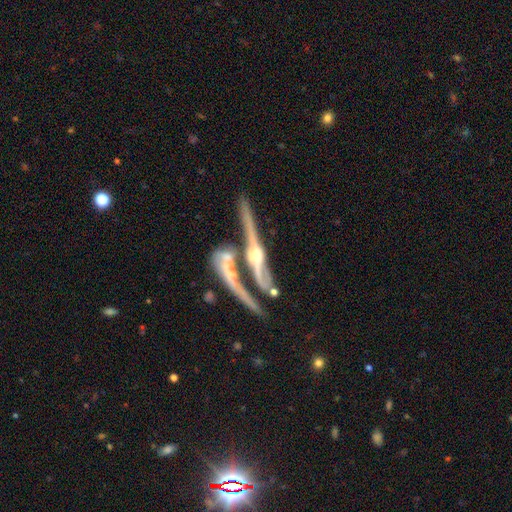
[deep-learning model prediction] A featured or disk galaxy (84%) viewed edge-on (79%) with a rounded central bulge (86%). Merging: merger (47%).